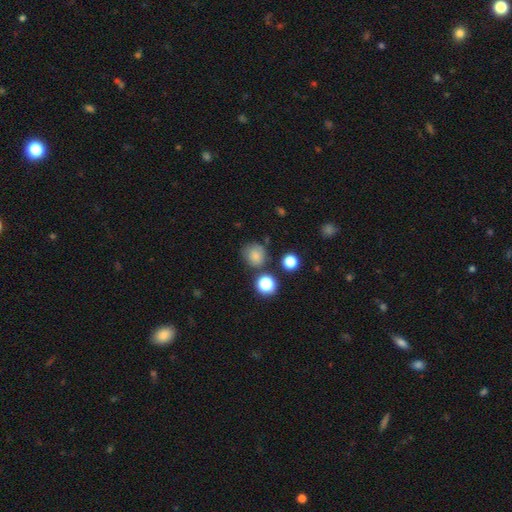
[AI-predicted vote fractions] Smooth or featured? Predicted: smooth (p=0.79). How rounded? Predicted: round (p=0.85). Merging? Predicted: none (p=0.71).